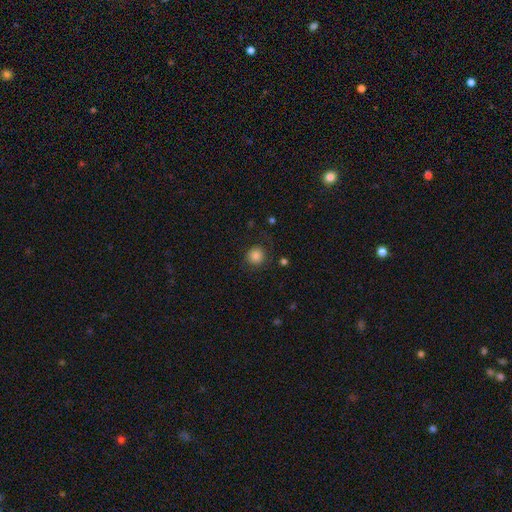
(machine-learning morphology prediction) Q: Smooth or featured?
A: smooth (84%); runner-up: star or artifact (10%)
Q: How rounded?
A: round (91%); runner-up: in between (8%)
Q: Merging?
A: none (80%); runner-up: minor disturbance (12%)